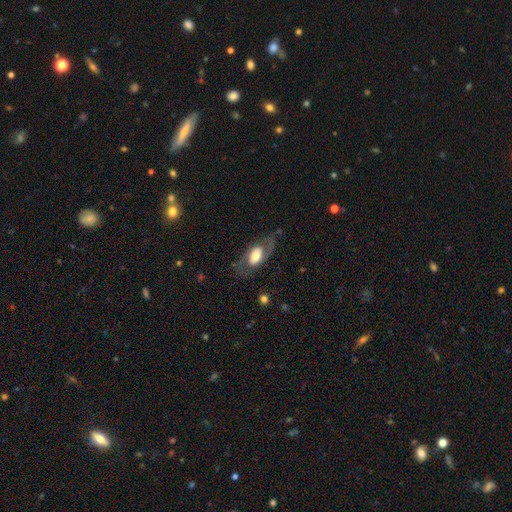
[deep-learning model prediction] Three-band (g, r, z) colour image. It shows a featured or disk galaxy (57%) with no bar (58%), spiral arms (60%) and a moderate central bulge (44%). Merging: none (67%).